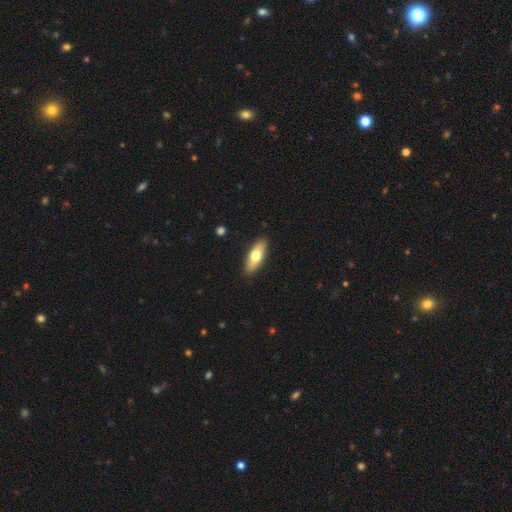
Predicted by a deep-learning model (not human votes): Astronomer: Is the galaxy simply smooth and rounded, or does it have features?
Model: smooth — 71%.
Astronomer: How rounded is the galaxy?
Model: in between — 72%.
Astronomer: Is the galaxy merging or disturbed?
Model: none — 89%.